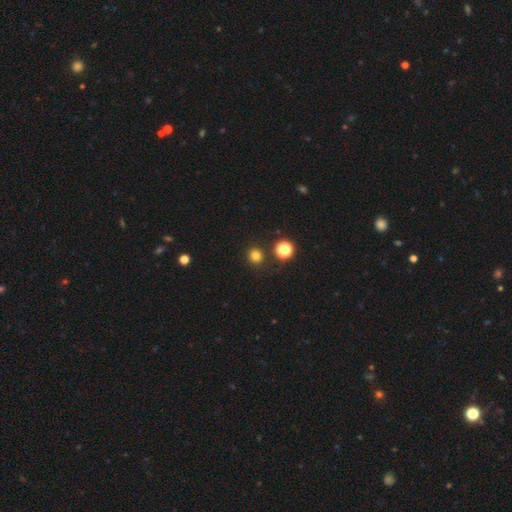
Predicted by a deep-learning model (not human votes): Overall: smooth (79%). How rounded: round (90%). Merging: none (87%).